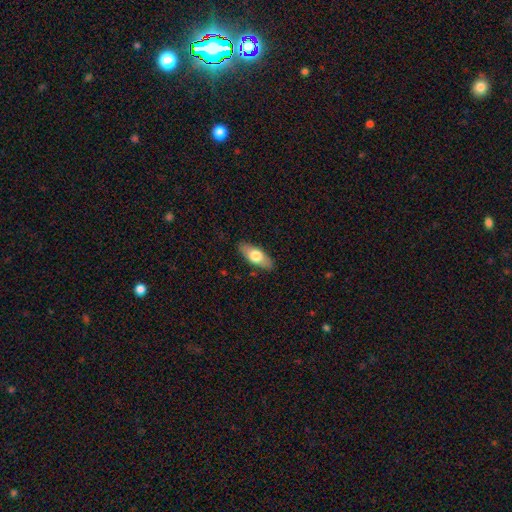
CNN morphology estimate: This appears to be a smooth galaxy with no disk features (69%) that is in between round and cigar-shaped (80%). Merging: none (86%).